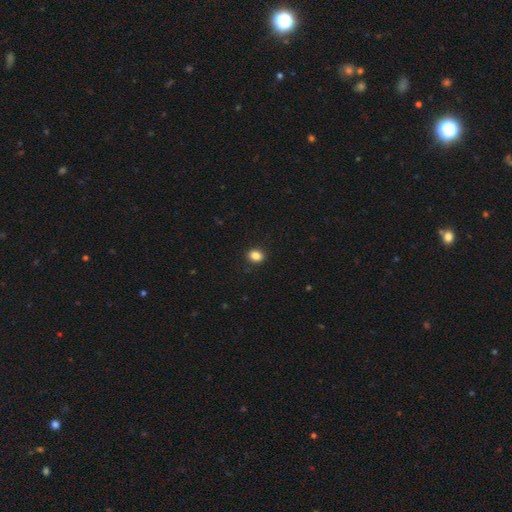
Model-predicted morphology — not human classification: smooth_or_featured: smooth (p=0.86) [alt: star or artifact p=0.10]
how_rounded: in between (p=0.56) [alt: round p=0.43]
merging: none (p=0.90) [alt: minor disturbance p=0.07]